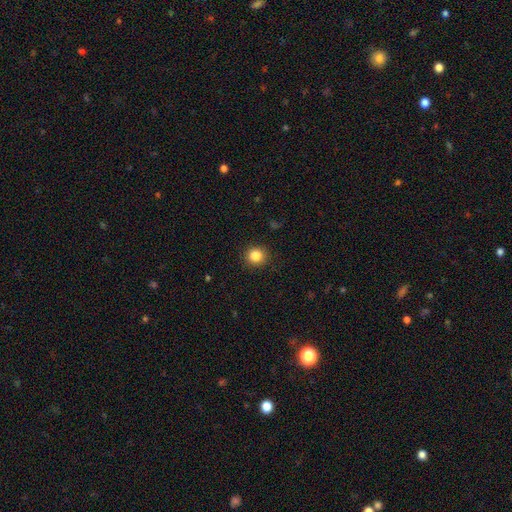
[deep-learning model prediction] Smooth or featured?
  - smooth: 85% *
  - star or artifact: 11%
  - featured or disk: 4%
How rounded?
  - round: 89% *
  - in between: 11%
  - cigar-shaped: 1%
Merging?
  - none: 91% *
  - minor disturbance: 6%
  - major disturbance: 2%
  - merger: 1%